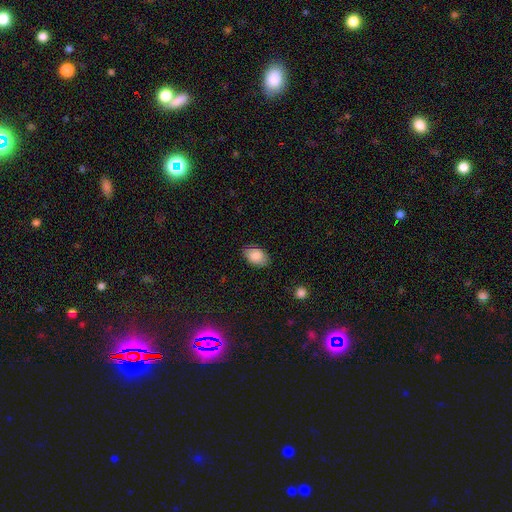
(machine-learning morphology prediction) Smooth or featured?
  - smooth: 85% *
  - featured or disk: 8%
  - star or artifact: 7%
How rounded?
  - in between: 88% *
  - round: 11%
  - cigar-shaped: 1%
Merging?
  - none: 82% *
  - minor disturbance: 14%
  - major disturbance: 3%
  - merger: 1%